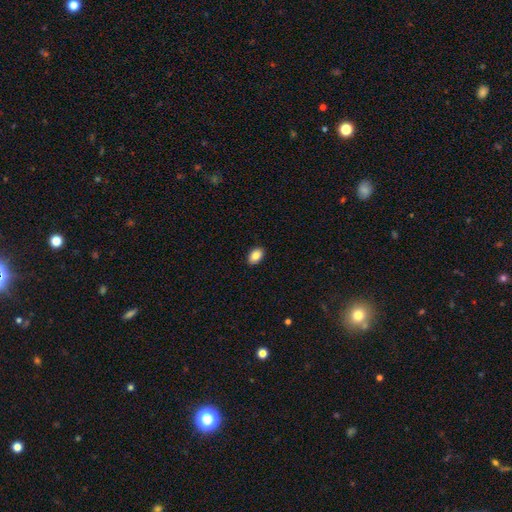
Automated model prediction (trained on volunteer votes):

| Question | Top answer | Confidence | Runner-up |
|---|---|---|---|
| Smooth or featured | smooth | 87% | star or artifact (7%) |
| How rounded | in between | 89% | round (10%) |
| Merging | none | 90% | minor disturbance (7%) |